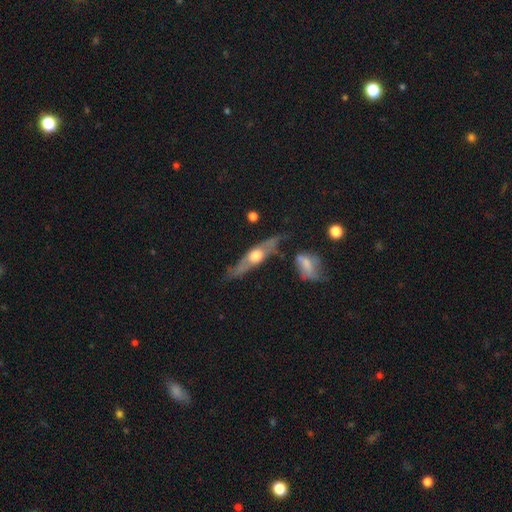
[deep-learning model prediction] A featured or disk galaxy (70%) viewed edge-on (82%) with a rounded central bulge (92%).

Vote fractions:
- Smooth or featured? featured or disk: 70% / smooth: 25% / star or artifact: 5%
- Edge-on disk? yes: 82% / no: 18%
- Edge-on bulge? rounded: 92% / boxy: 4% / none: 4%
- Merging? none: 70% / minor disturbance: 19% / major disturbance: 6% / merger: 5%